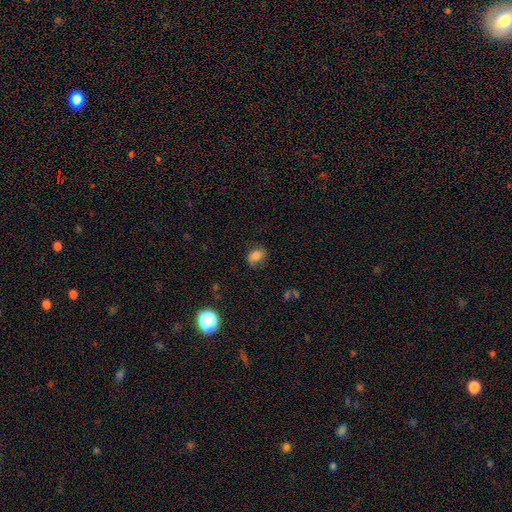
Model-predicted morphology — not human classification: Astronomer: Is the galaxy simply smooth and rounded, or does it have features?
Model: smooth — 80%.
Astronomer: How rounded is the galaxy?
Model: in between — 66%.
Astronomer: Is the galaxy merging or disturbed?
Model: none — 77%.